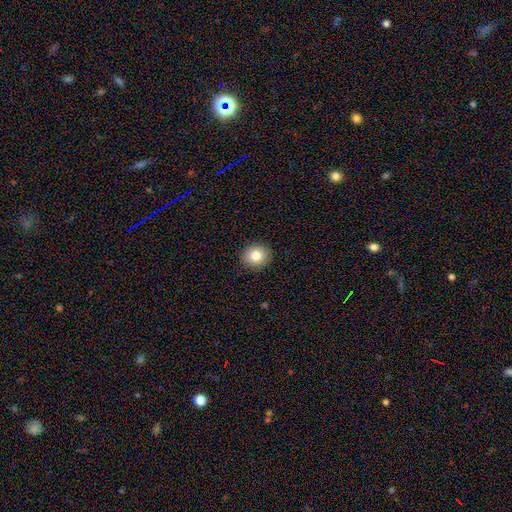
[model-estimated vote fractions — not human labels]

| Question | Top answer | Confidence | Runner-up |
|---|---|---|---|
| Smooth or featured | smooth | 82% | star or artifact (10%) |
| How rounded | round | 81% | in between (18%) |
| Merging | none | 91% | minor disturbance (6%) |